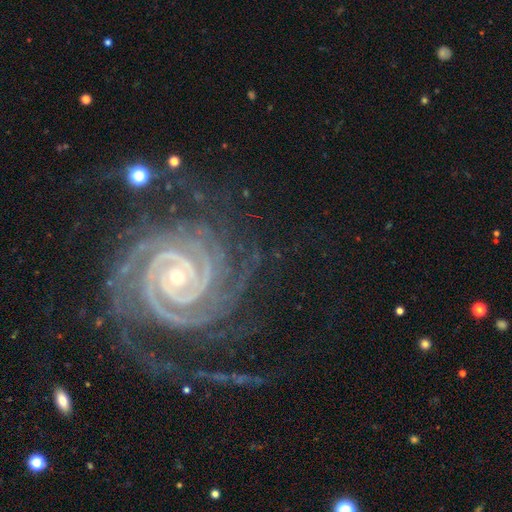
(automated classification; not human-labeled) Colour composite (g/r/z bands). It shows a featured or disk galaxy (92%) with no bar (60%), 2 (53%) tight (89%) spiral arms (99%) and a small central bulge (81%). Merging: none (73%).